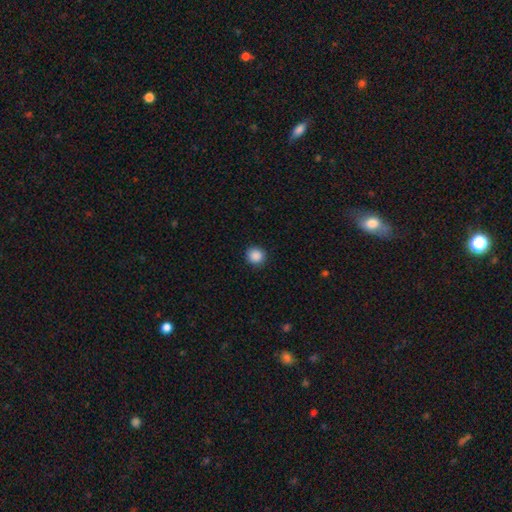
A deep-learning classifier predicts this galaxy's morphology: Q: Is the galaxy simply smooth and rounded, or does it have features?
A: smooth — 88%.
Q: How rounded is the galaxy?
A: round — 92%.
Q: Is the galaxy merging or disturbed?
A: none — 90%.